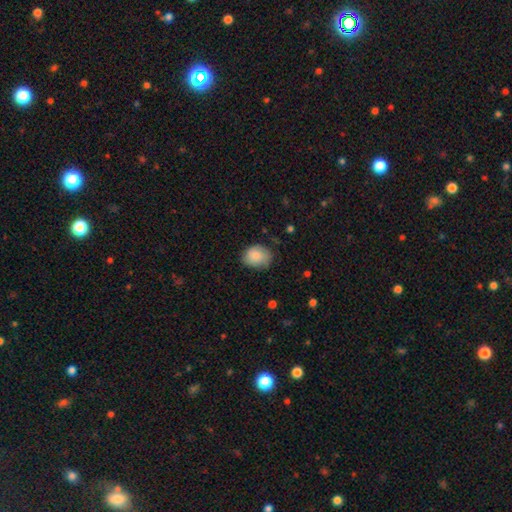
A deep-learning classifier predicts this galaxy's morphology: Smooth or featured? Predicted: smooth (p=0.85). How rounded? Predicted: in between (p=0.51). Merging? Predicted: none (p=0.69).